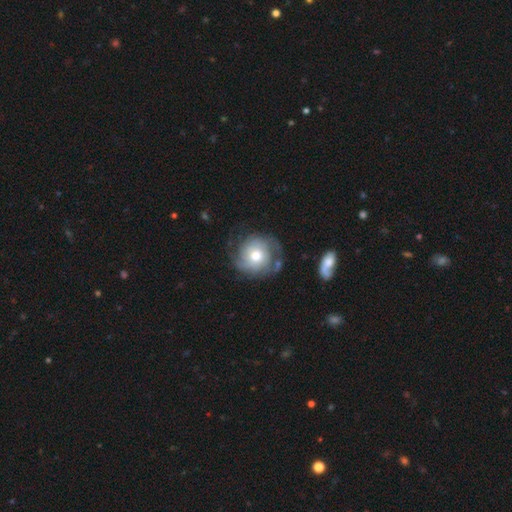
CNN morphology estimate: Q: Smooth or featured?
A: featured or disk (62%); runner-up: smooth (31%)
Q: Edge-on disk?
A: no (97%); runner-up: yes (3%)
Q: Bar?
A: no (81%); runner-up: weak (17%)
Q: Spiral arms?
A: yes (85%); runner-up: no (15%)
Q: Spiral winding?
A: tight (59%); runner-up: medium (28%)
Q: Spiral arm count?
A: can't tell (39%); runner-up: 2 (27%)
Q: Bulge size?
A: moderate (71%); runner-up: large (13%)
Q: Merging?
A: none (64%); runner-up: minor disturbance (20%)